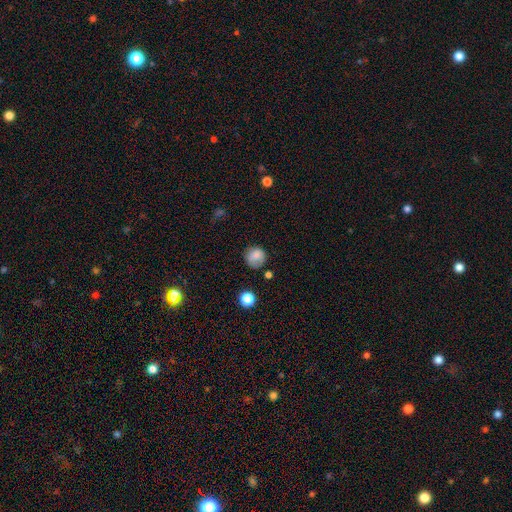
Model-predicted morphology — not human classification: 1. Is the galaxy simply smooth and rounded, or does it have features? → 82% smooth, 10% star or artifact, 8% featured or disk.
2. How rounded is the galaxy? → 88% round, 11% in between, 1% cigar-shaped.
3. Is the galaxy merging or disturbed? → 72% none, 19% minor disturbance, 6% major disturbance, 3% merger.